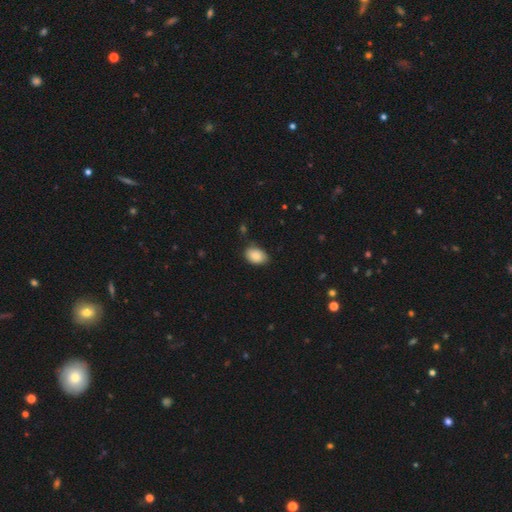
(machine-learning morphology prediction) Q: Smooth or featured?
A: smooth (86%); runner-up: star or artifact (7%)
Q: How rounded?
A: in between (81%); runner-up: round (18%)
Q: Merging?
A: none (75%); runner-up: minor disturbance (20%)